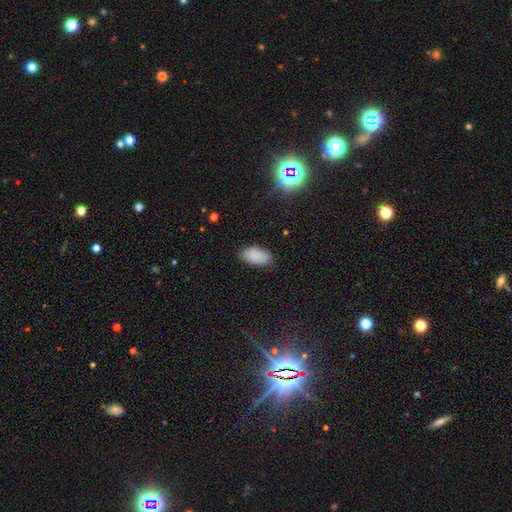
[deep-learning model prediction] Morphology: type=smooth (86%); roundness=in between (94%); merging=none (84%).